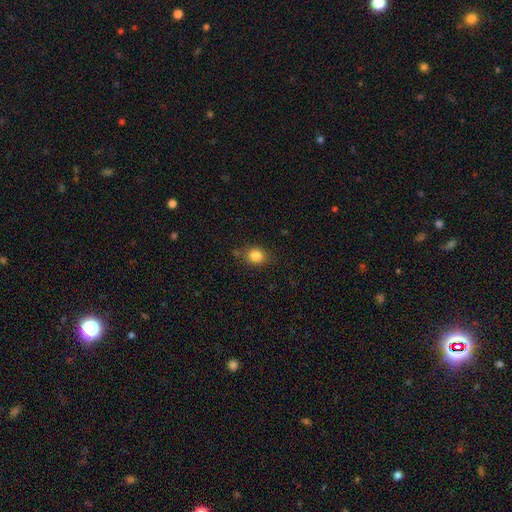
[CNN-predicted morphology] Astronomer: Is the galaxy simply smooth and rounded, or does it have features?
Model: smooth — 84%.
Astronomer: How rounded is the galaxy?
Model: round — 63%.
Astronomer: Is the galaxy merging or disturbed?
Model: none — 78%.